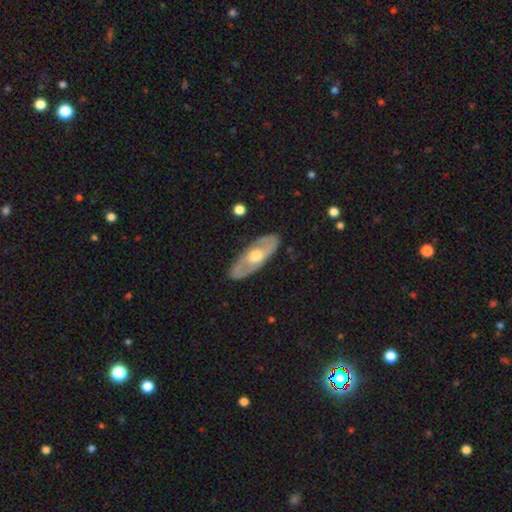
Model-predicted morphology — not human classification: A featured or disk galaxy (66%) with no bar (77%), no spiral arms (53%) and a moderate central bulge (71%). Merging: none (86%).